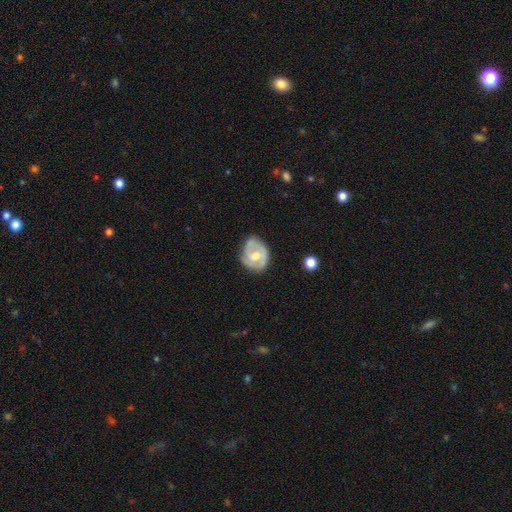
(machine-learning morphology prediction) This is likely a featured or disk galaxy (67%). It is clearly not viewed edge-on (97%). Bar: possibly no (49%). Spiral arm pattern: likely yes (79%). Spiral arm count: possibly 2 (56%). Spiral winding: possibly tight (47%). Central bulge: likely moderate (64%). Merging: likely none (63%).